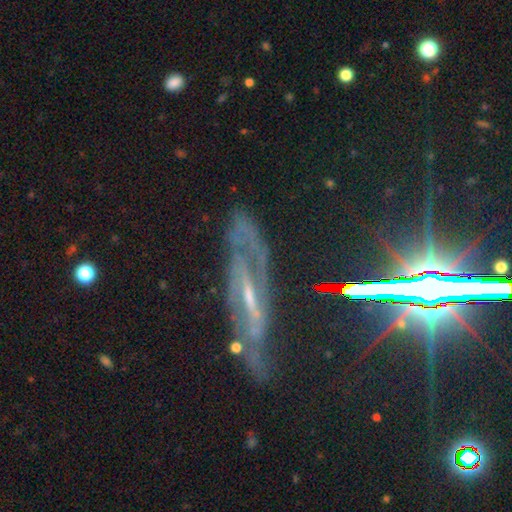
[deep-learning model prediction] smooth_or_featured: featured or disk (p=0.76) [alt: star or artifact p=0.15]
disk_edge_on: no (p=0.71) [alt: yes p=0.29]
bar: strong (p=0.45) [alt: weak p=0.36]
has_spiral_arms: yes (p=0.88) [alt: no p=0.12]
bulge_size: small (p=0.60) [alt: moderate p=0.27]
merging: none (p=0.63) [alt: minor disturbance p=0.21]